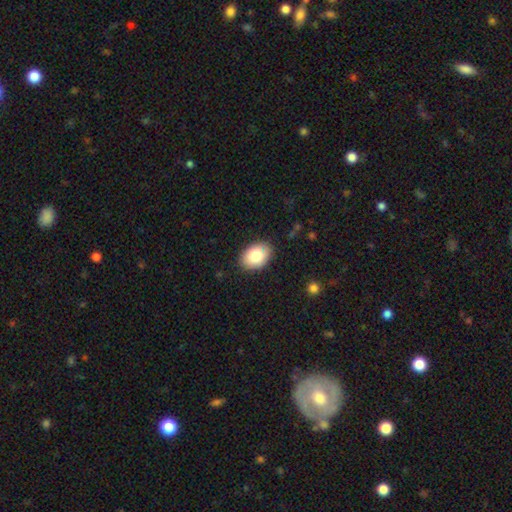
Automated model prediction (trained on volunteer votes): Overall: smooth (82%). How rounded: in between (81%). Merging: none (86%).